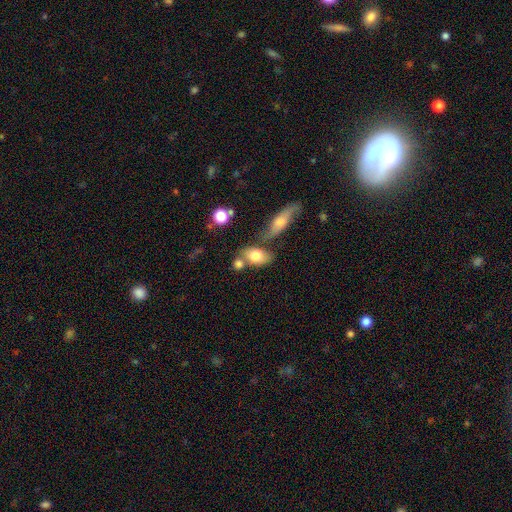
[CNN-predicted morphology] smooth_or_featured: smooth (p=0.75) [alt: featured or disk p=0.17]
how_rounded: in between (p=0.79) [alt: round p=0.16]
merging: none (p=0.47) [alt: merger p=0.33]